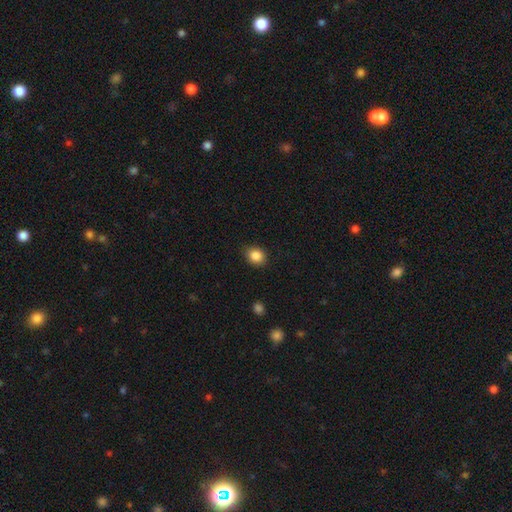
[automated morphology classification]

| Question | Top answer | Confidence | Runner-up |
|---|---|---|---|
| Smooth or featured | smooth | 86% | star or artifact (10%) |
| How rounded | round | 61% | in between (38%) |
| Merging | none | 85% | minor disturbance (11%) |